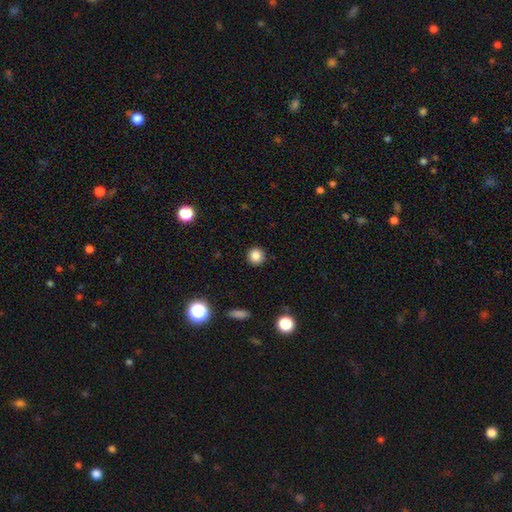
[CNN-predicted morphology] smooth 84%, star or artifact 11%, featured or disk 4%. Down the decision tree: how rounded — round (93%); merging — none (91%).